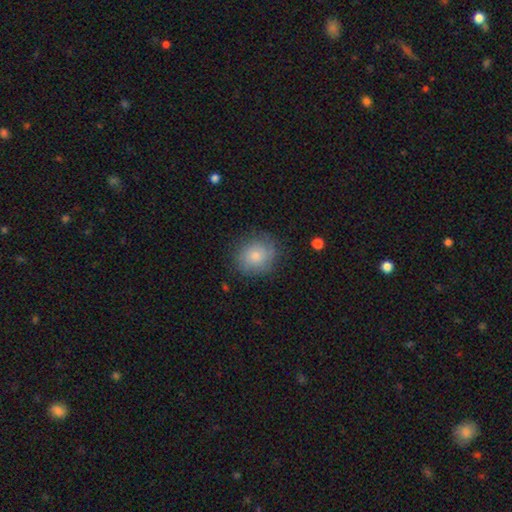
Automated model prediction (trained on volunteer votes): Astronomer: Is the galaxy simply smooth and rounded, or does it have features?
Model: smooth — 77%.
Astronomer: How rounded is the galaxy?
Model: round — 73%.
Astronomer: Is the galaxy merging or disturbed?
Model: none — 79%.